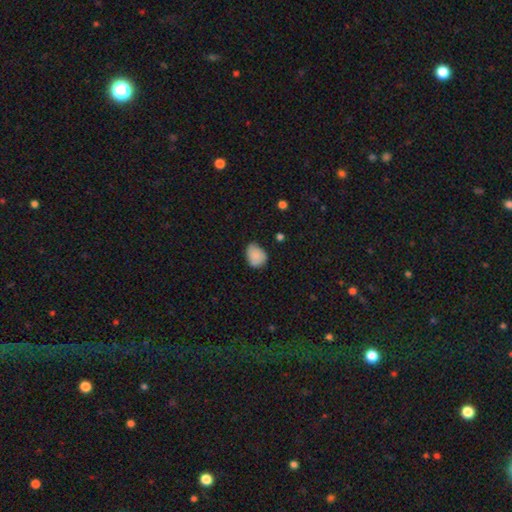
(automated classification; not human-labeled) smooth_or_featured: smooth (p=0.82) [alt: featured or disk p=0.10]
how_rounded: in between (p=0.58) [alt: round p=0.41]
merging: none (p=0.56) [alt: minor disturbance p=0.36]